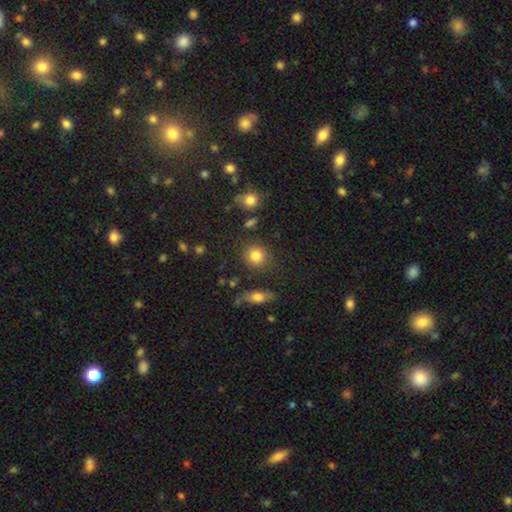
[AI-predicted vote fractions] Smooth or featured: smooth — 84% (star or artifact — 10%)
How rounded: round — 81% (in between — 18%)
Merging: none — 81% (minor disturbance — 10%)